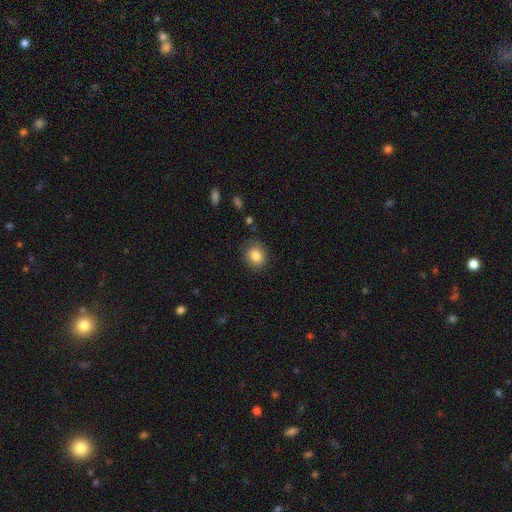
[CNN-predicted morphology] Smooth or featured? smooth (85%)
How rounded? round (55%)
Merging? none (80%)